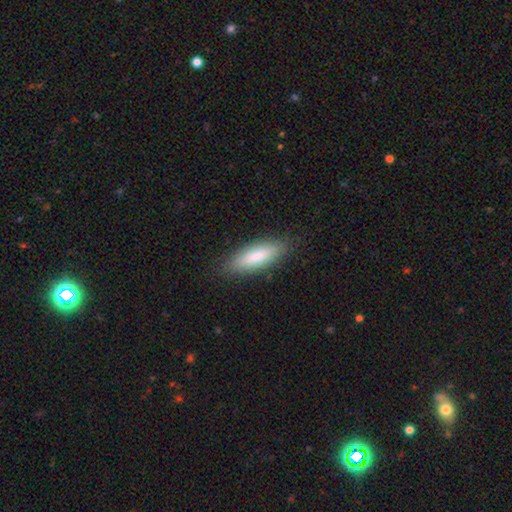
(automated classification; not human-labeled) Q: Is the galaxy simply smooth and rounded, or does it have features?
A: smooth — 78%.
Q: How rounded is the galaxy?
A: cigar-shaped — 54%.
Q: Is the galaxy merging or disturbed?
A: none — 87%.